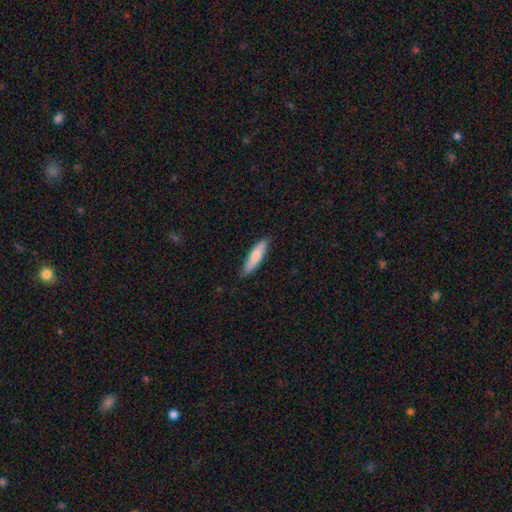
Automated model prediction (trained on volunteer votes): Smooth or featured? smooth (75%)
How rounded? cigar-shaped (68%)
Merging? none (83%)